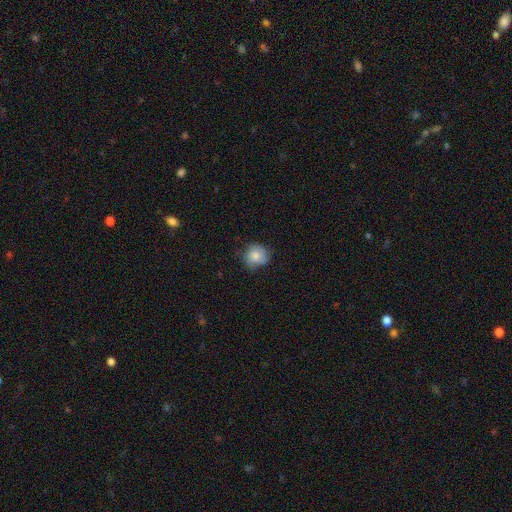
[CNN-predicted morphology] smooth_or_featured: smooth (p=0.76) [alt: featured or disk p=0.16]
how_rounded: round (p=0.83) [alt: in between p=0.16]
merging: none (p=0.66) [alt: minor disturbance p=0.26]